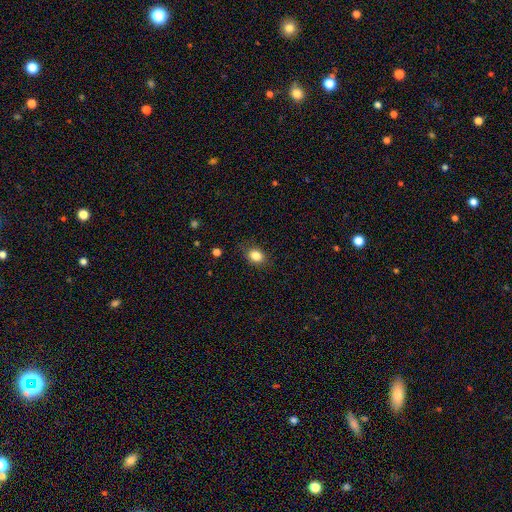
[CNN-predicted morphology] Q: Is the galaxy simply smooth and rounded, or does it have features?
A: smooth — 84%.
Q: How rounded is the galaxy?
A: in between — 61%.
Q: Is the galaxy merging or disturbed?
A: none — 82%.